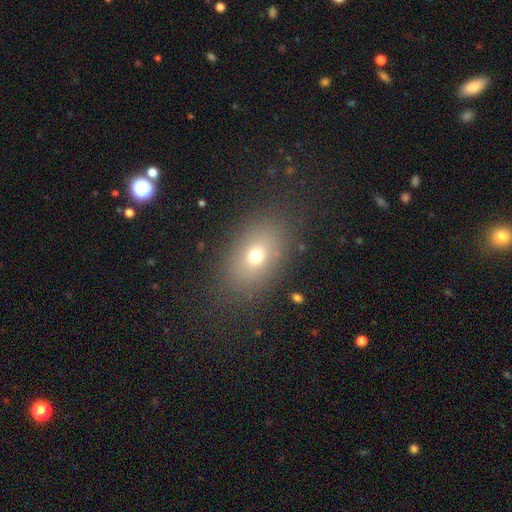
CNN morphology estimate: Smooth or featured? Predicted: smooth (p=0.69). How rounded? Predicted: in between (p=0.78). Merging? Predicted: none (p=0.83).